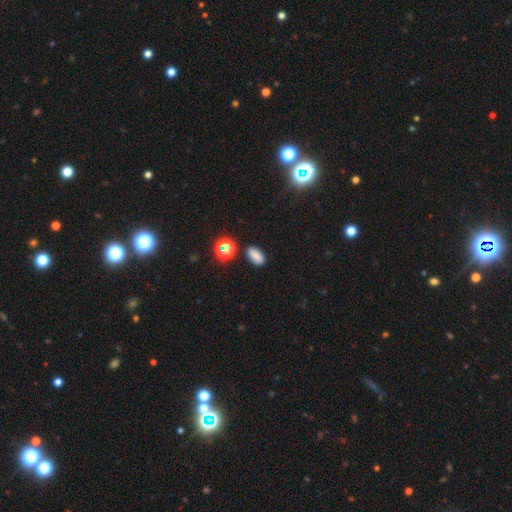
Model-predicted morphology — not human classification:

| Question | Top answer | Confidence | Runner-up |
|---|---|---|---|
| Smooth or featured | smooth | 77% | star or artifact (16%) |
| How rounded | in between | 84% | round (10%) |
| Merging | none | 82% | minor disturbance (11%) |